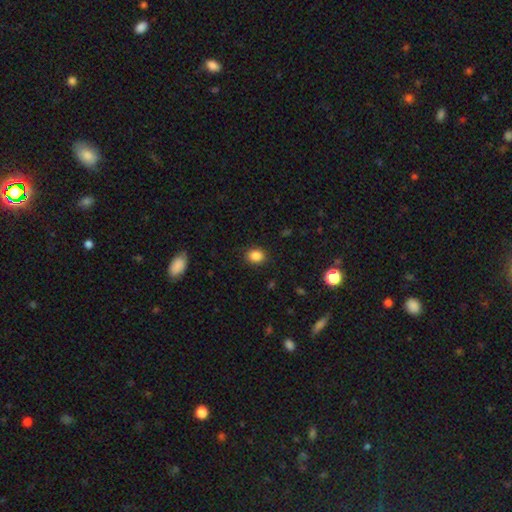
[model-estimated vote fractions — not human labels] Smooth or featured?
  - smooth: 86% *
  - star or artifact: 10%
  - featured or disk: 4%
How rounded?
  - round: 54% *
  - in between: 45%
  - cigar-shaped: 1%
Merging?
  - none: 88% *
  - minor disturbance: 8%
  - major disturbance: 2%
  - merger: 1%